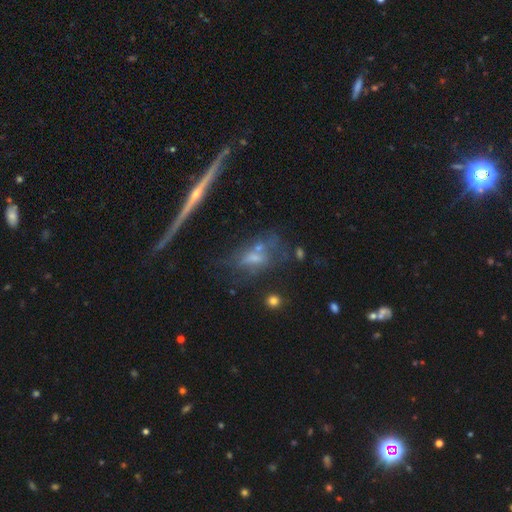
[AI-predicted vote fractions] featured or disk 49%, smooth 32%, star or artifact 20%. Down the decision tree: merging — none (56%).